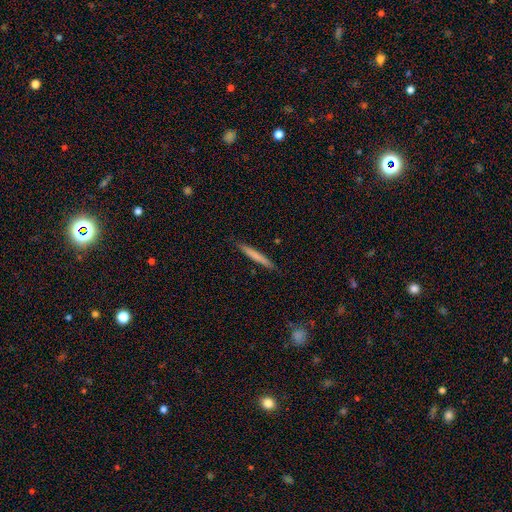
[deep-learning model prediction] Smooth or featured: smooth — 70% (featured or disk — 24%)
How rounded: cigar-shaped — 96% (in between — 2%)
Merging: none — 90% (minor disturbance — 8%)